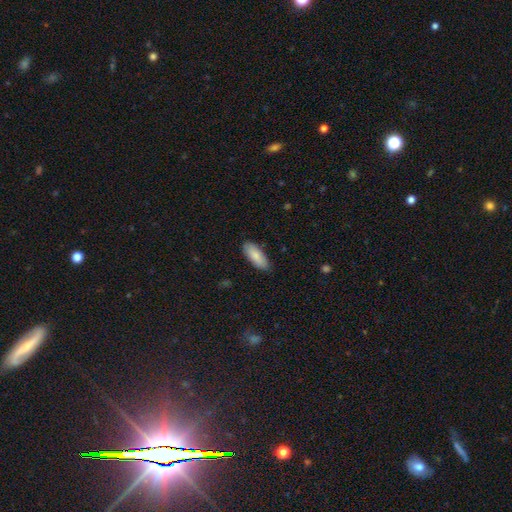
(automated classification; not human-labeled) Smooth or featured? smooth (86%)
How rounded? in between (77%)
Merging? none (85%)